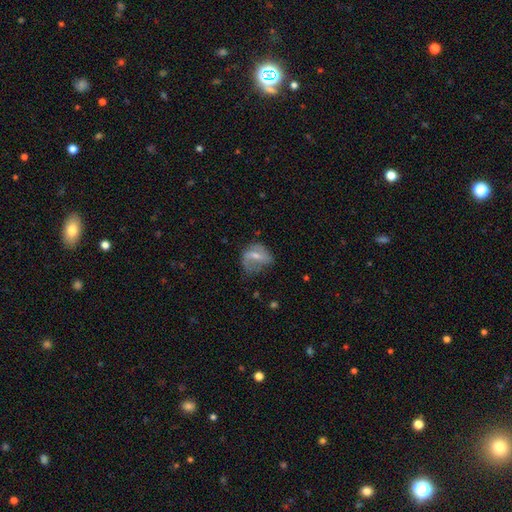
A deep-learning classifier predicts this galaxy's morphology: Q: Smooth or featured?
A: featured or disk (55%); runner-up: smooth (37%)
Q: Edge-on disk?
A: no (96%); runner-up: yes (4%)
Q: Bar?
A: weak (46%); runner-up: strong (30%)
Q: Spiral arms?
A: yes (66%); runner-up: no (34%)
Q: Bulge size?
A: small (47%); runner-up: moderate (36%)
Q: Merging?
A: none (40%); runner-up: minor disturbance (29%)